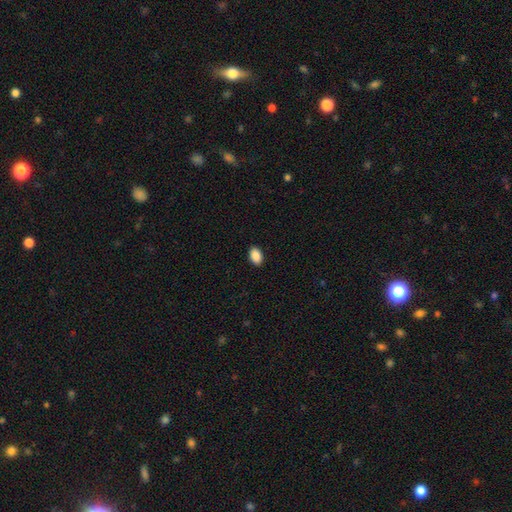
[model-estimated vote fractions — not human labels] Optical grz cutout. It shows a smooth galaxy with no disk features (90%) that is in between round and cigar-shaped (91%). Merging: none (90%).